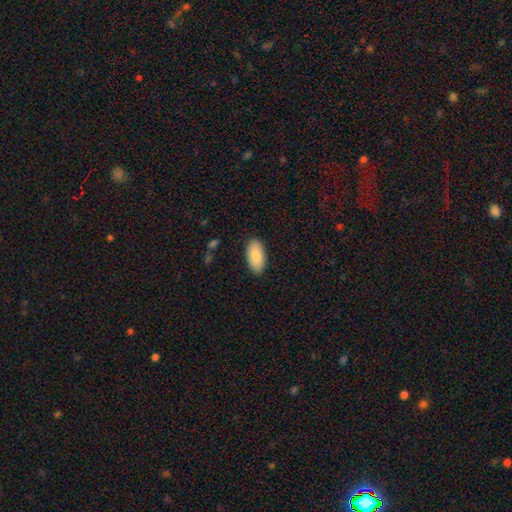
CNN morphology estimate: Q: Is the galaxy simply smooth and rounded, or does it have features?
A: smooth — 87%.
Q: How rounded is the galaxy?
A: in between — 95%.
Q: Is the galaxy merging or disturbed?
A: none — 88%.